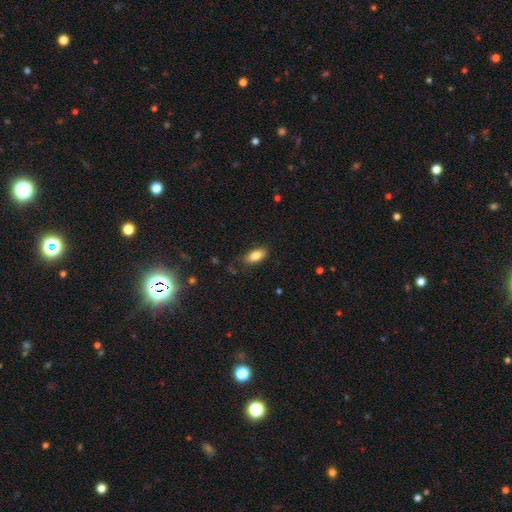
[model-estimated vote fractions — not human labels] A smooth galaxy with no disk features (81%) that is in between round and cigar-shaped (88%).

Vote fractions:
- Smooth or featured? smooth: 81% / featured or disk: 11% / star or artifact: 8%
- How rounded? in between: 88% / cigar-shaped: 8% / round: 4%
- Merging? none: 78% / minor disturbance: 17% / major disturbance: 4% / merger: 1%